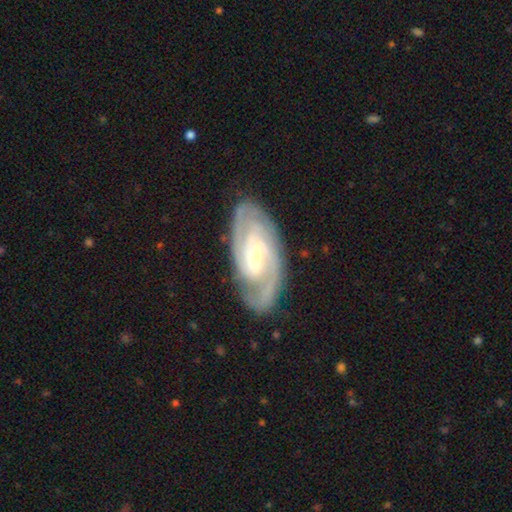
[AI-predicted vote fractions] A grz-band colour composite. It shows a featured or disk galaxy (88%) with a weak bar (46%), 2 (58%) tight (58%) spiral arms (97%) and a small central bulge (62%). Merging: none (81%).